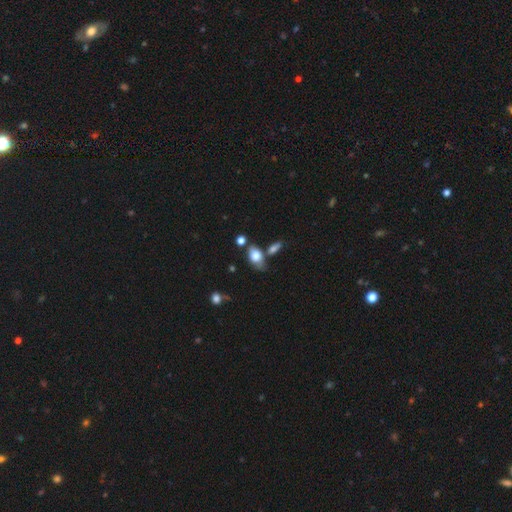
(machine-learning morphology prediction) The model was most divided on "merging": none: 50%, minor disturbance: 23%, merger: 18%, major disturbance: 9%. More confident: how rounded — in between (86%); smooth or featured — smooth (75%).